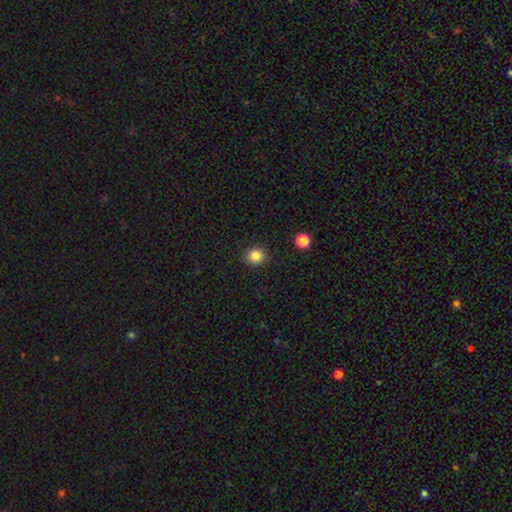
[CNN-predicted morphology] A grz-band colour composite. It shows a smooth galaxy with no disk features (85%) that is round (91%). Merging: none (91%).